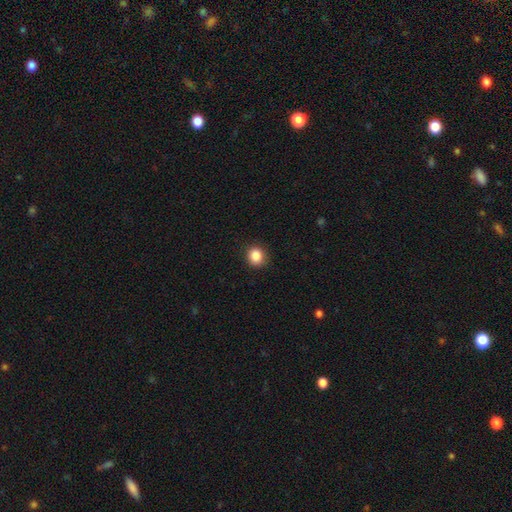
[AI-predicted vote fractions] smooth_or_featured: smooth (p=0.87) [alt: star or artifact p=0.10]
how_rounded: round (p=0.76) [alt: in between p=0.23]
merging: none (p=0.88) [alt: minor disturbance p=0.09]